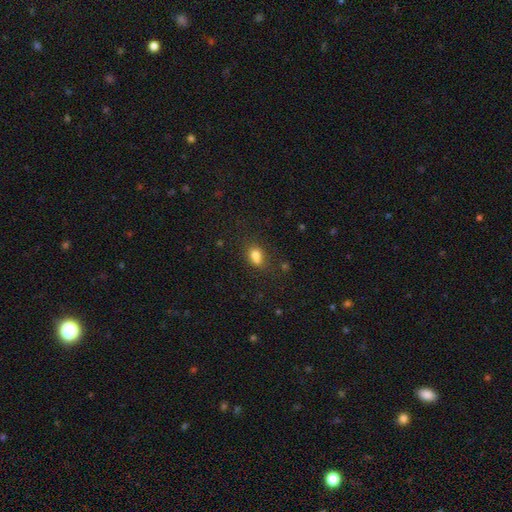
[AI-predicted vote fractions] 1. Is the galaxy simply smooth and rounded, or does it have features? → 77% smooth, 13% star or artifact, 10% featured or disk.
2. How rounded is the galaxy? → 60% in between, 38% round, 2% cigar-shaped.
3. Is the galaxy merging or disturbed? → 50% none, 22% merger, 20% minor disturbance, 8% major disturbance.